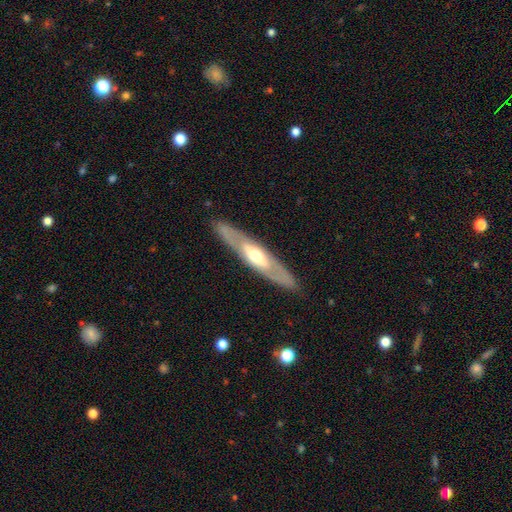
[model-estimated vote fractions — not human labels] smooth-or-featured: featured or disk: 65% | smooth: 30% | star or artifact: 5%
  disk-edge-on: yes: 51% | no: 49%
  merging: none: 87% | minor disturbance: 9% | major disturbance: 3% | merger: 1%